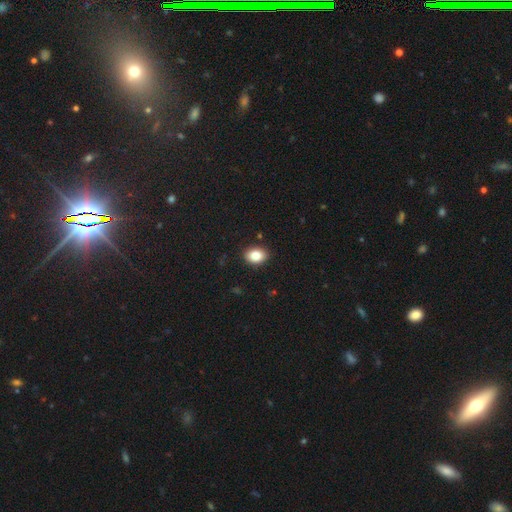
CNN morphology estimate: A smooth galaxy with no disk features (84%) that is in between round and cigar-shaped (71%).

Vote fractions:
- Smooth or featured? smooth: 84% / star or artifact: 9% / featured or disk: 7%
- How rounded? in between: 71% / round: 28% / cigar-shaped: 1%
- Merging? none: 89% / minor disturbance: 8% / major disturbance: 2% / merger: 1%